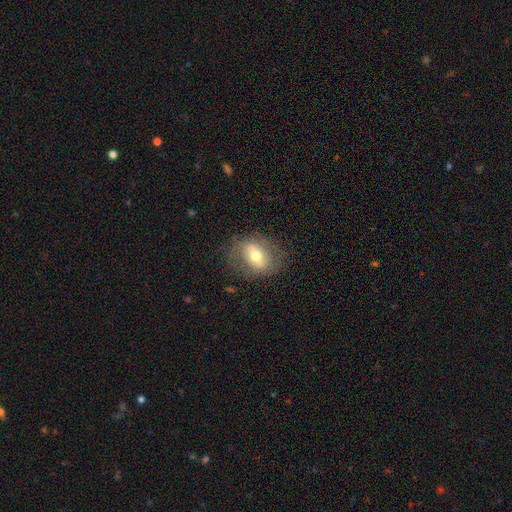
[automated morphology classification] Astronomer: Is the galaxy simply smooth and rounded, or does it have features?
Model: featured or disk — 47% (runner-up: smooth, 45%).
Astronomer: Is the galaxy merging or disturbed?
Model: none — 74%.